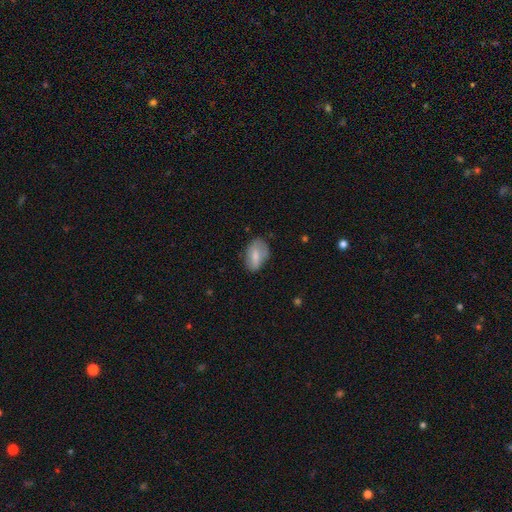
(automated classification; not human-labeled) Morphology: type=smooth (66%); roundness=in between (88%); merging=none (63%).